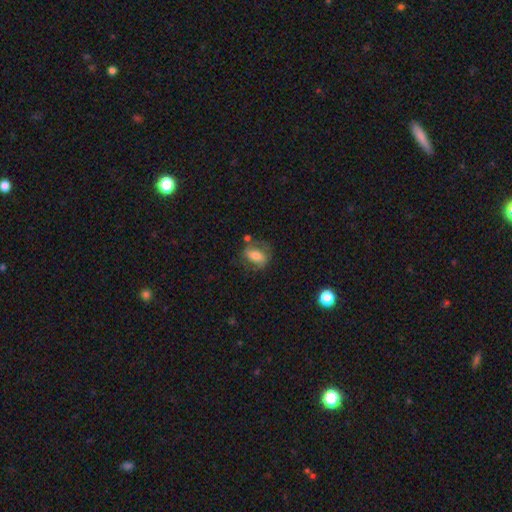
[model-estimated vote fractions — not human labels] Q: Smooth or featured?
A: smooth (59%); runner-up: featured or disk (33%)
Q: How rounded?
A: in between (77%); runner-up: round (18%)
Q: Merging?
A: none (56%); runner-up: minor disturbance (22%)